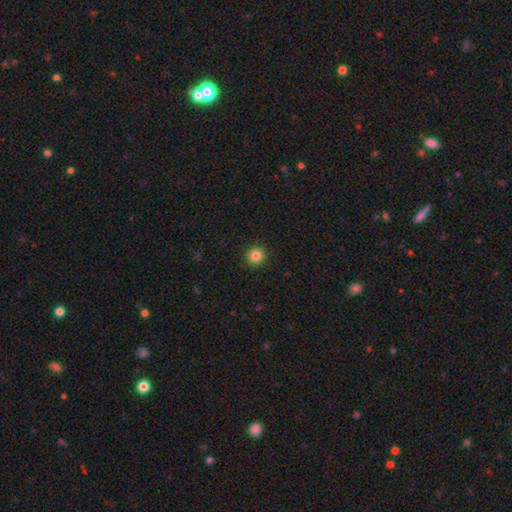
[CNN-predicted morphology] smooth_or_featured: smooth (p=0.84) [alt: star or artifact p=0.11]
how_rounded: round (p=0.95) [alt: in between p=0.04]
merging: none (p=0.92) [alt: minor disturbance p=0.05]